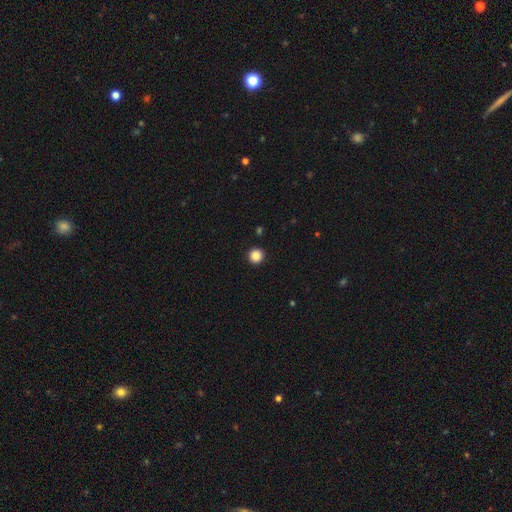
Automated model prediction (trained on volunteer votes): Smooth or featured? smooth (87%)
How rounded? round (96%)
Merging? none (93%)